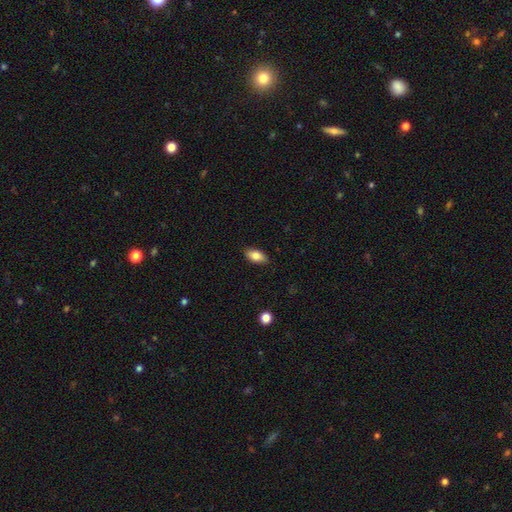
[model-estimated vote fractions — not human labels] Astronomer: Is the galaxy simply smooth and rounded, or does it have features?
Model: smooth — 82%.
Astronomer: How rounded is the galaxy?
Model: in between — 90%.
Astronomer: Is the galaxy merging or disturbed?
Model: none — 87%.